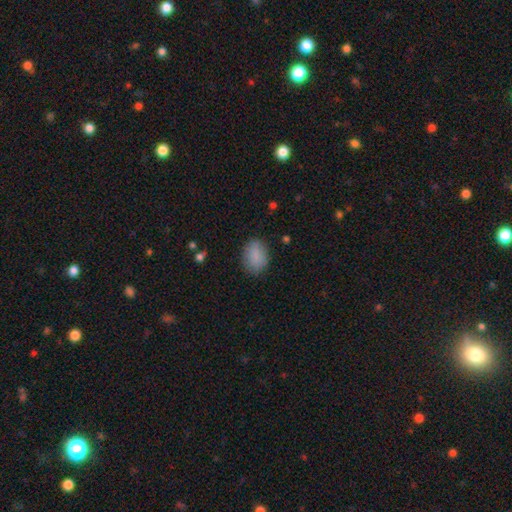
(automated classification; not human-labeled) A smooth galaxy with no disk features (86%) that is in between round and cigar-shaped (73%).

Vote fractions:
- Smooth or featured? smooth: 86% / star or artifact: 8% / featured or disk: 6%
- How rounded? in between: 73% / round: 25% / cigar-shaped: 1%
- Merging? none: 80% / minor disturbance: 15% / major disturbance: 4% / merger: 1%